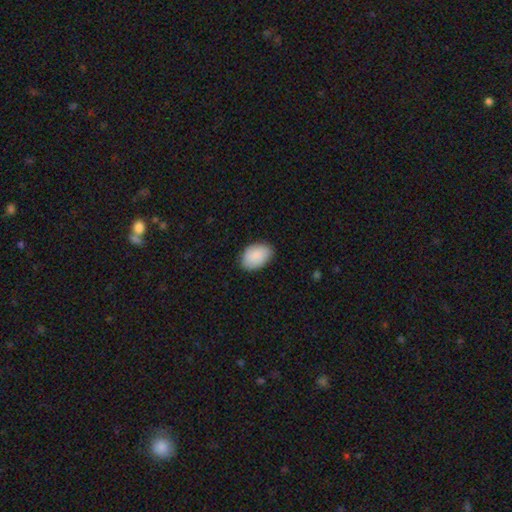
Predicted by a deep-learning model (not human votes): Smooth or featured?
  - smooth: 90% *
  - star or artifact: 6%
  - featured or disk: 5%
How rounded?
  - in between: 89% *
  - round: 10%
  - cigar-shaped: 1%
Merging?
  - none: 83% *
  - minor disturbance: 14%
  - major disturbance: 2%
  - merger: 1%